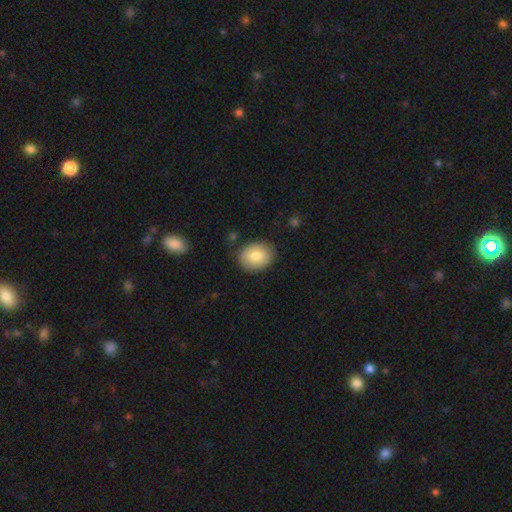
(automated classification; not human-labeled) Smooth or featured? Predicted: smooth (p=0.80). How rounded? Predicted: in between (p=0.59). Merging? Predicted: none (p=0.84).